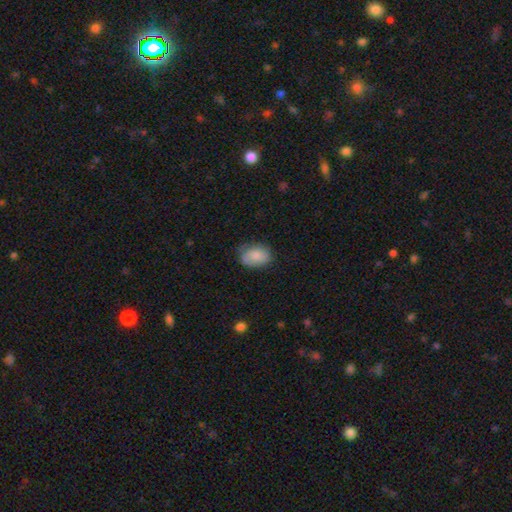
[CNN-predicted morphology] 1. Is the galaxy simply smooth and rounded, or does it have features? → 75% smooth, 18% featured or disk, 7% star or artifact.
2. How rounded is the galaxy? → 79% in between, 20% round, 1% cigar-shaped.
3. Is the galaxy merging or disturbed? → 65% none, 26% minor disturbance, 7% major disturbance, 2% merger.